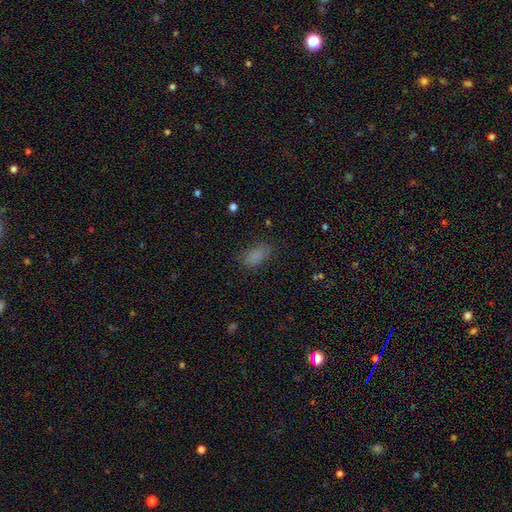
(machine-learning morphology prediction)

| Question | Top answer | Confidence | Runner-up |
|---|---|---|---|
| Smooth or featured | smooth | 83% | star or artifact (12%) |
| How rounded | in between | 88% | cigar-shaped (7%) |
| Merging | none | 79% | minor disturbance (15%) |